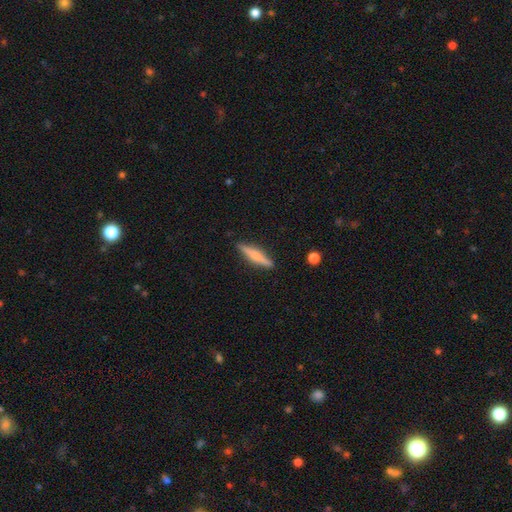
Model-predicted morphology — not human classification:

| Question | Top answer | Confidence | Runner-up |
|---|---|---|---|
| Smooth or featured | featured or disk | 52% | smooth (41%) |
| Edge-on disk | yes | 97% | no (3%) |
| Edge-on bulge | rounded | 75% | boxy (13%) |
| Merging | none | 89% | minor disturbance (8%) |